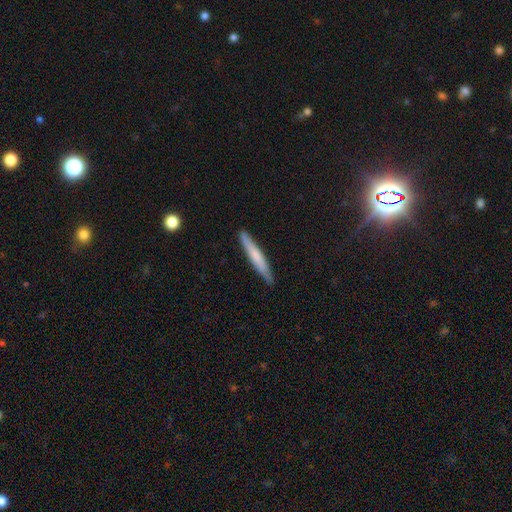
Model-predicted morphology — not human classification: smooth-or-featured: smooth: 62% | featured or disk: 33% | star or artifact: 6%
  how-rounded: cigar-shaped: 95% | in between: 4% | round: 1%
  merging: none: 88% | minor disturbance: 10% | major disturbance: 2% | merger: 1%